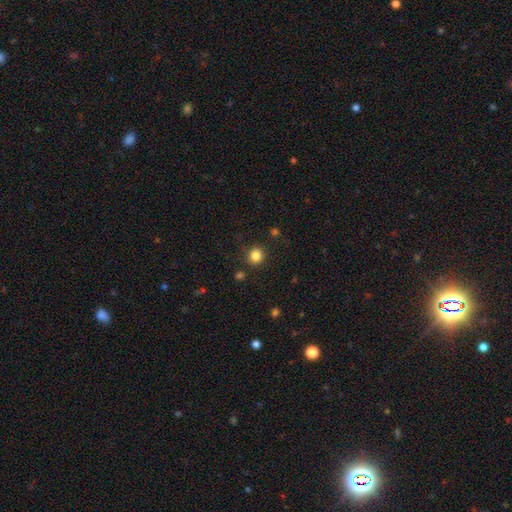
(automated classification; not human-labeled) A smooth galaxy with no disk features (84%) that is round (89%). Merging: none (88%).